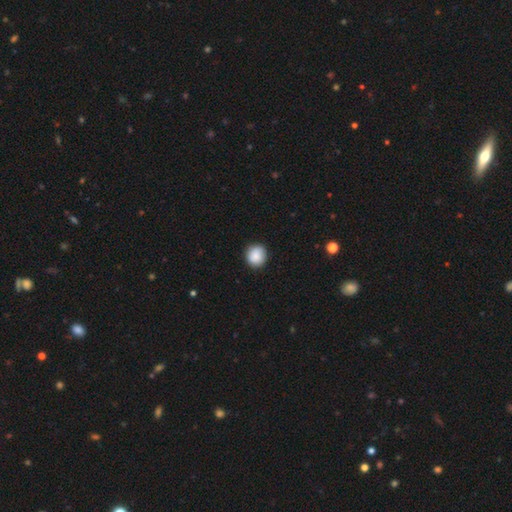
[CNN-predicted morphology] A smooth galaxy with no disk features (88%) that is round (90%). Merging: none (90%).